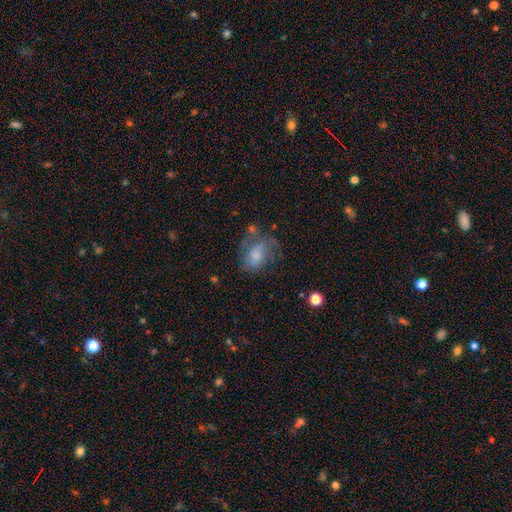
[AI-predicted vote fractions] Smooth or featured?
  - smooth: 47% *
  - featured or disk: 41%
  - star or artifact: 12%
Merging?
  - none: 43% *
  - minor disturbance: 26%
  - major disturbance: 26%
  - merger: 6%